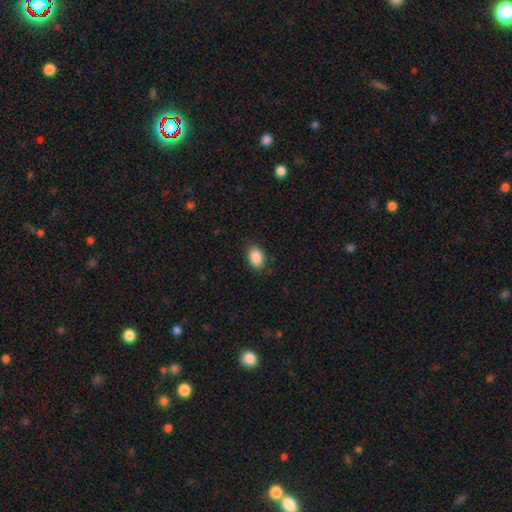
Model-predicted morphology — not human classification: smooth_or_featured: smooth (p=0.89) [alt: star or artifact p=0.07]
how_rounded: in between (p=0.81) [alt: round p=0.18]
merging: none (p=0.84) [alt: minor disturbance p=0.13]